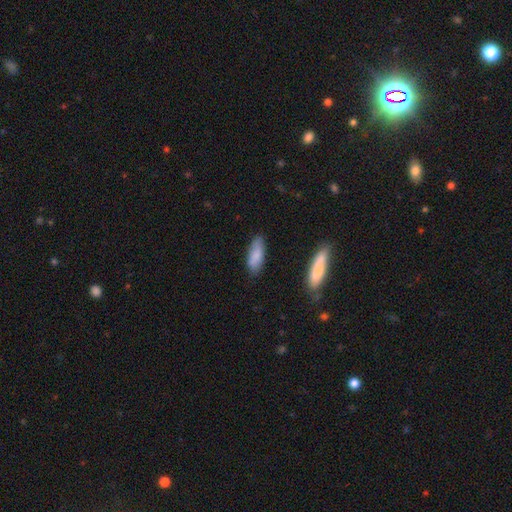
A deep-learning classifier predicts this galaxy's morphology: Smooth or featured? smooth (84%)
How rounded? in between (71%)
Merging? none (76%)